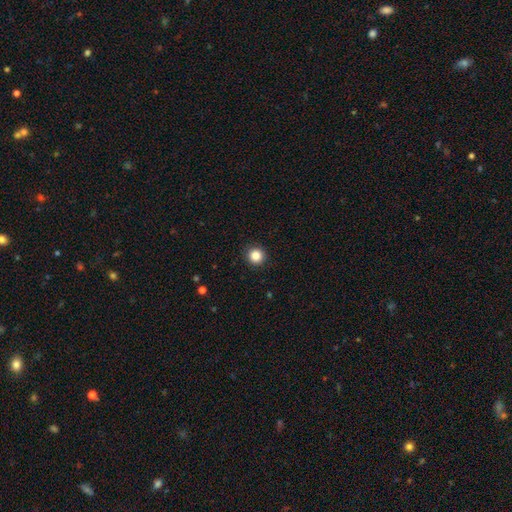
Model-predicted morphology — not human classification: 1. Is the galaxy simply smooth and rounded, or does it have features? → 86% smooth, 11% star or artifact, 3% featured or disk.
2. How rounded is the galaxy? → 95% round, 4% in between, 1% cigar-shaped.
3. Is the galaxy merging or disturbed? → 92% none, 5% minor disturbance, 2% major disturbance, 1% merger.